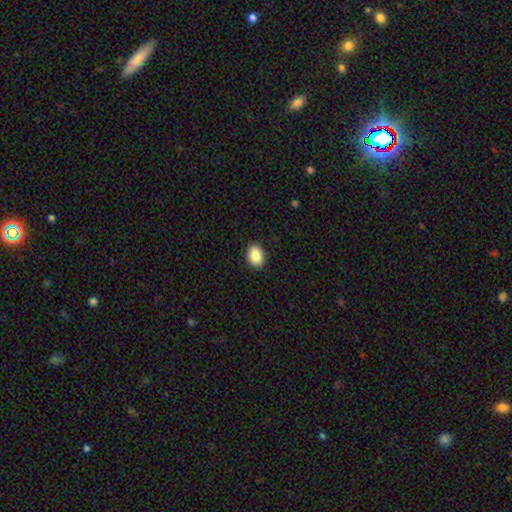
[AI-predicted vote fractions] Smooth or featured? Predicted: smooth (p=0.87). How rounded? Predicted: in between (p=0.73). Merging? Predicted: none (p=0.91).